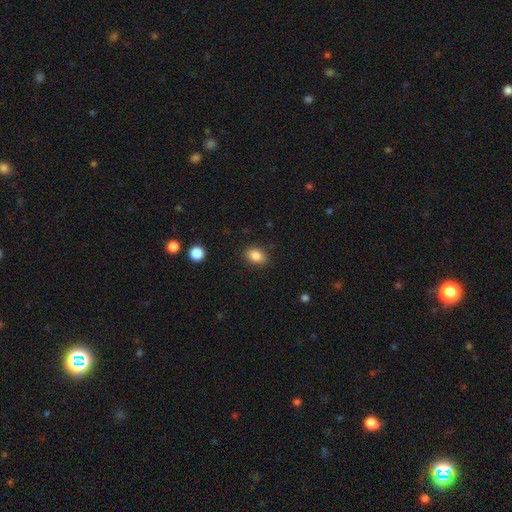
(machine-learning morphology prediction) A smooth galaxy with no disk features (85%) that is in between round and cigar-shaped (76%).

Vote fractions:
- Smooth or featured? smooth: 85% / star or artifact: 9% / featured or disk: 6%
- How rounded? in between: 76% / round: 23% / cigar-shaped: 1%
- Merging? none: 87% / minor disturbance: 9% / major disturbance: 3% / merger: 1%